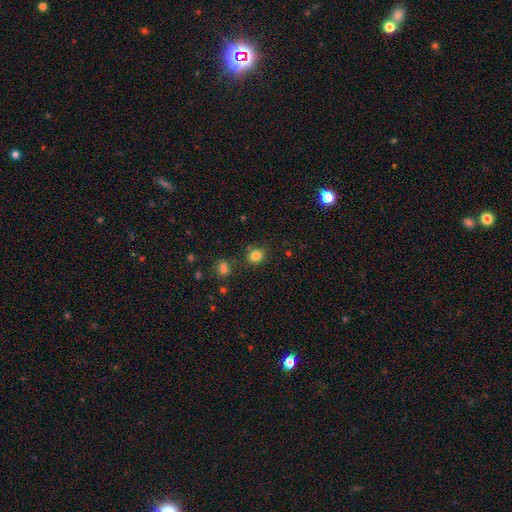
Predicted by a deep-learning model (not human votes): A smooth galaxy with no disk features (83%) that is round (75%).

Vote fractions:
- Smooth or featured? smooth: 83% / star or artifact: 12% / featured or disk: 5%
- How rounded? round: 75% / in between: 24% / cigar-shaped: 1%
- Merging? none: 79% / minor disturbance: 12% / merger: 5% / major disturbance: 3%